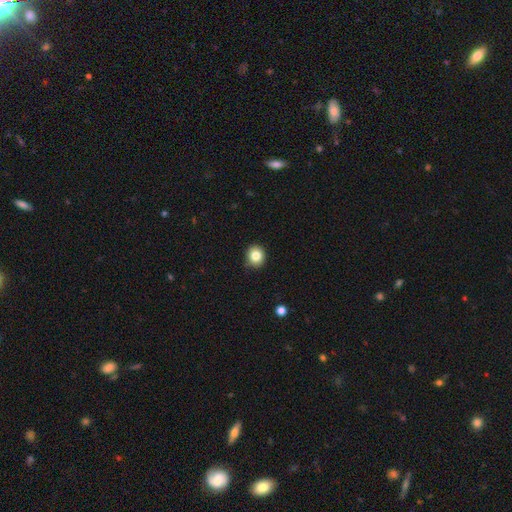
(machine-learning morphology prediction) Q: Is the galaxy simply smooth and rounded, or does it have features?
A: smooth — 83%.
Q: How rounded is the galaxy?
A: round — 82%.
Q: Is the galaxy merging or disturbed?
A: none — 87%.